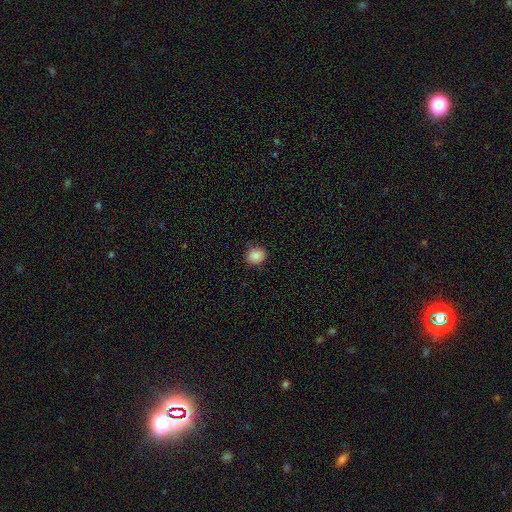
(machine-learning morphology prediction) smooth-or-featured: smooth: 87% | star or artifact: 9% | featured or disk: 4%
  how-rounded: round: 72% | in between: 28% | cigar-shaped: 1%
  merging: none: 87% | minor disturbance: 10% | major disturbance: 2% | merger: 1%